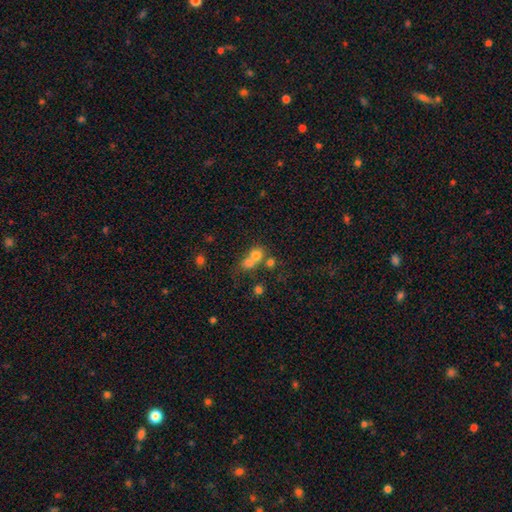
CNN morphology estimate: This is likely a smooth galaxy (71%). How rounded: likely round (78%). Merging: possibly merger (58%).